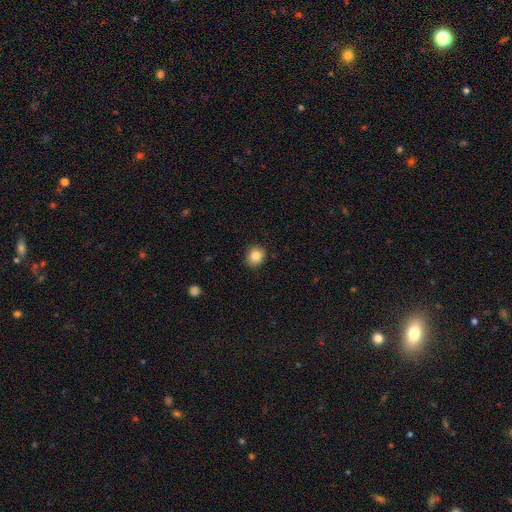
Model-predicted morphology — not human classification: Smooth or featured: smooth — 85% (star or artifact — 9%)
How rounded: round — 69% (in between — 30%)
Merging: none — 89% (minor disturbance — 8%)